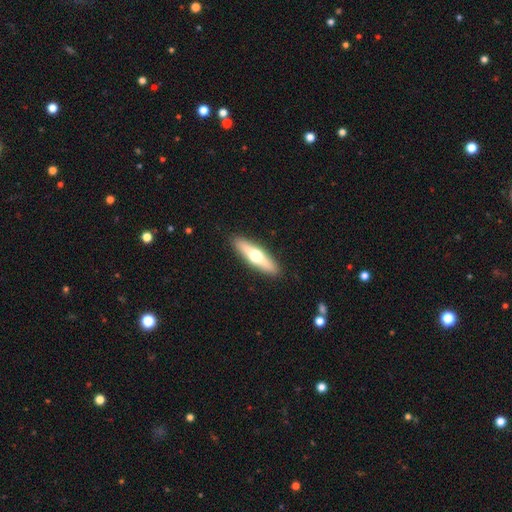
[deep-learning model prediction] This appears to be a featured or disk galaxy (48%). Merging: none (90%).